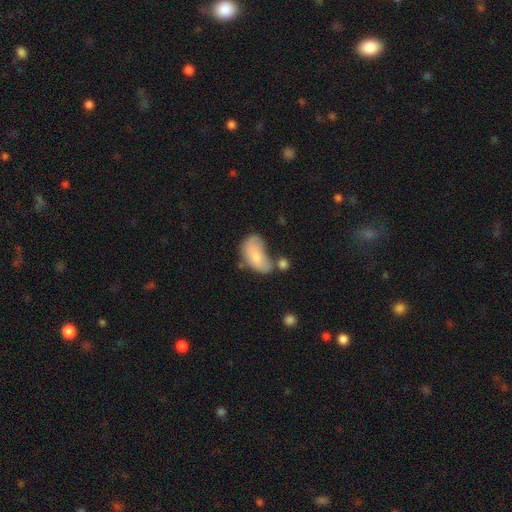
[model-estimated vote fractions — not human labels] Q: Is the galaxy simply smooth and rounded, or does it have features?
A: smooth — 74%.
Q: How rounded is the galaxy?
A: in between — 93%.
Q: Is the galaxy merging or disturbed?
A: merger — 28%.